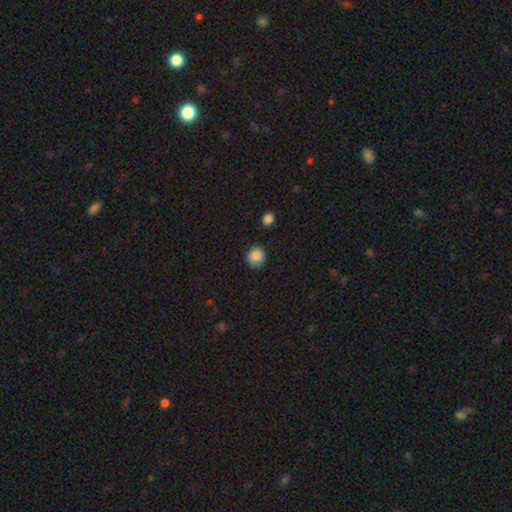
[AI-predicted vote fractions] This is clearly a smooth galaxy (86%). How rounded: clearly round (82%). Merging: clearly none (83%).